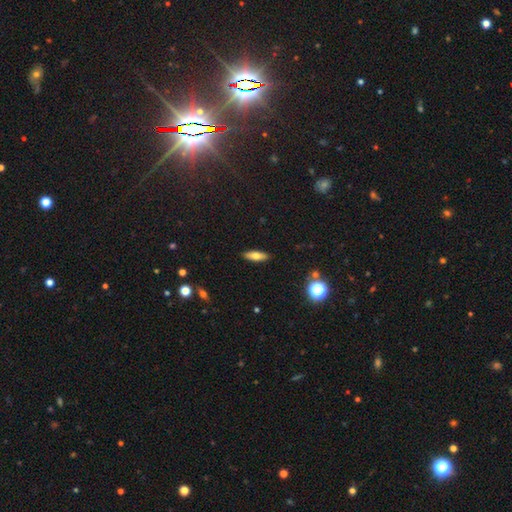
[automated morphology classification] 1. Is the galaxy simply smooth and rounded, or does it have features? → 68% smooth, 23% featured or disk, 9% star or artifact.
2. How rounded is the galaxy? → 58% in between, 39% cigar-shaped, 3% round.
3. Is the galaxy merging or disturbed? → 90% none, 7% minor disturbance, 2% major disturbance, 1% merger.